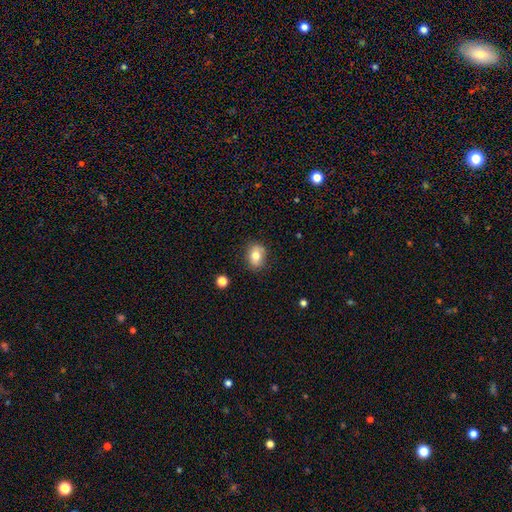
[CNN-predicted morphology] smooth 76%, featured or disk 14%, star or artifact 9%. Down the decision tree: how rounded — in between (64%); merging — none (80%).